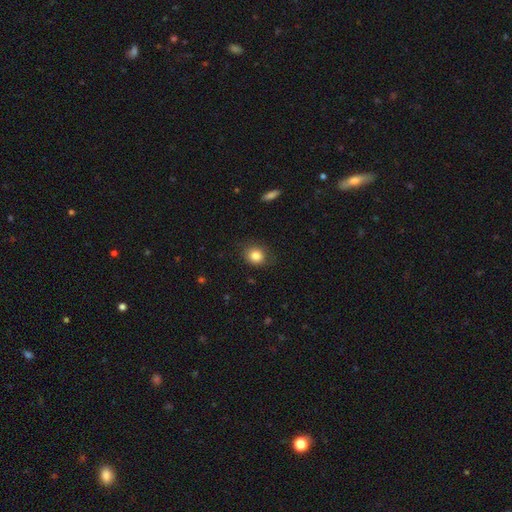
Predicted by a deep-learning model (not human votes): A smooth galaxy with no disk features (84%) that is round (71%). Merging: none (81%).